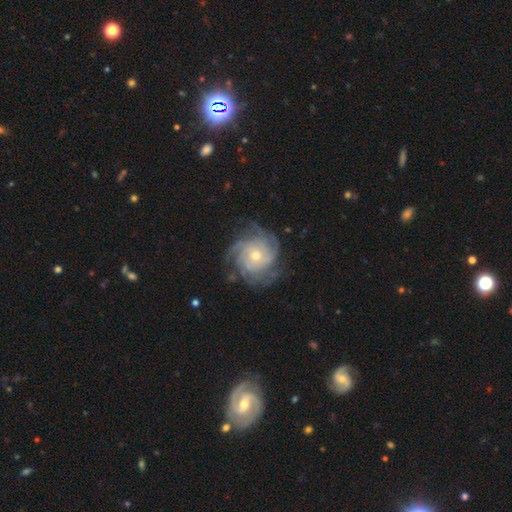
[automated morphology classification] A featured or disk galaxy (85%) with no bar (79%), tight (67%) spiral arms (97%) and a small central bulge (51%). Merging: none (76%).